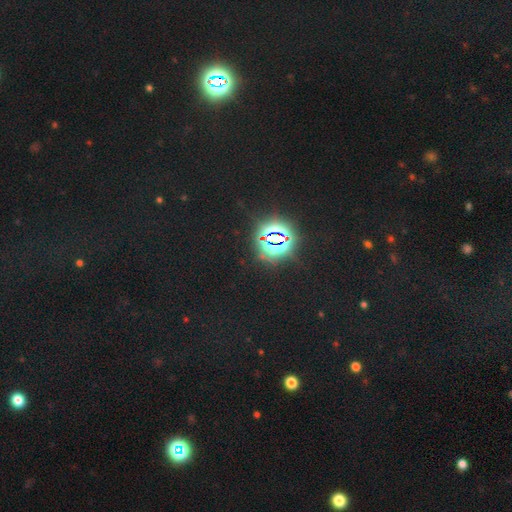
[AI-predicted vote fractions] Q: Smooth or featured?
A: star or artifact (69%); runner-up: smooth (24%)